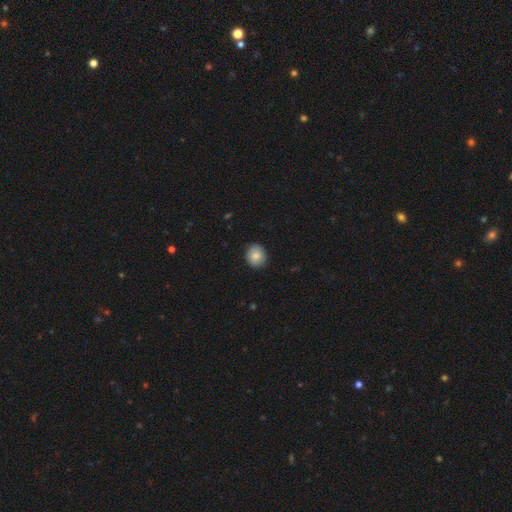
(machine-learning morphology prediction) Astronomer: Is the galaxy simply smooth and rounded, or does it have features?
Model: smooth — 84%.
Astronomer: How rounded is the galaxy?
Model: round — 79%.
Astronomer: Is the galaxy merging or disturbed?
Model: none — 89%.